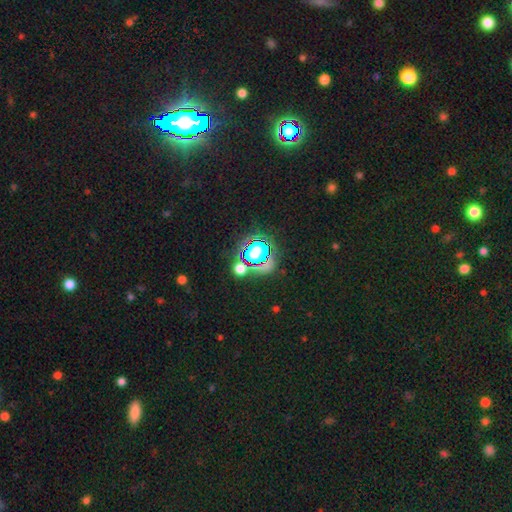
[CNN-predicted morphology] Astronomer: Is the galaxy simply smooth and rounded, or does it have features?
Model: star or artifact — 55% (runner-up: smooth, 32%).